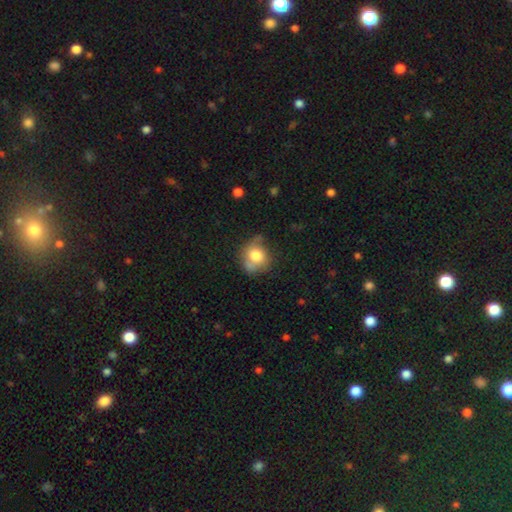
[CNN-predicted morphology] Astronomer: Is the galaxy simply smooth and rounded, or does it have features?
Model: smooth — 73%.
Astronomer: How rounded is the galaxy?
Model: round — 71%.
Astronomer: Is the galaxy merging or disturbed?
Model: none — 48% (runner-up: minor disturbance, 31%).